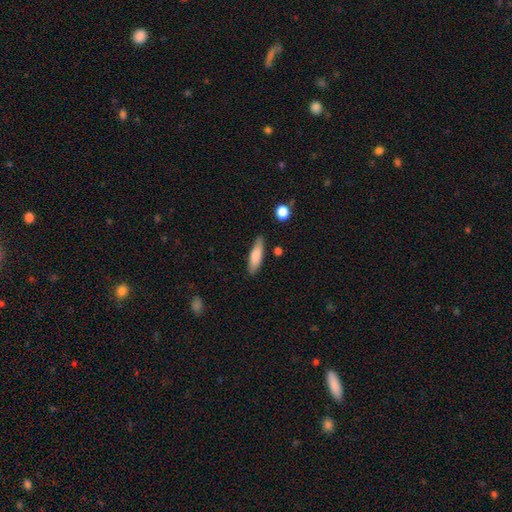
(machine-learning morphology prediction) Smooth or featured?
  - smooth: 77% *
  - featured or disk: 17%
  - star or artifact: 6%
How rounded?
  - cigar-shaped: 60% *
  - in between: 38%
  - round: 2%
Merging?
  - none: 80% *
  - minor disturbance: 14%
  - major disturbance: 3%
  - merger: 3%